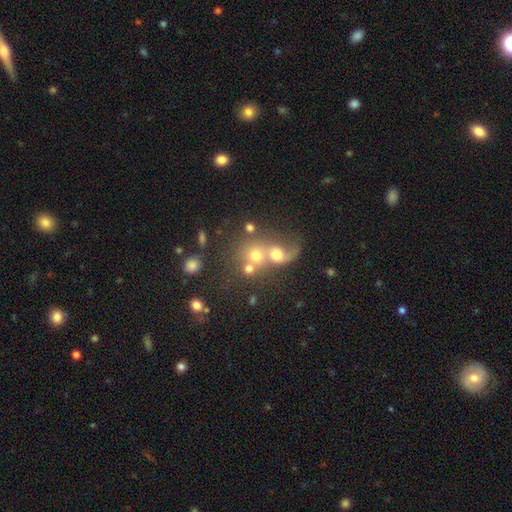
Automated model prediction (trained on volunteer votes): The model was most divided on "merging": merger: 56%, none: 28%, major disturbance: 9%, minor disturbance: 7%. More confident: how rounded — round (77%); smooth or featured — smooth (59%).